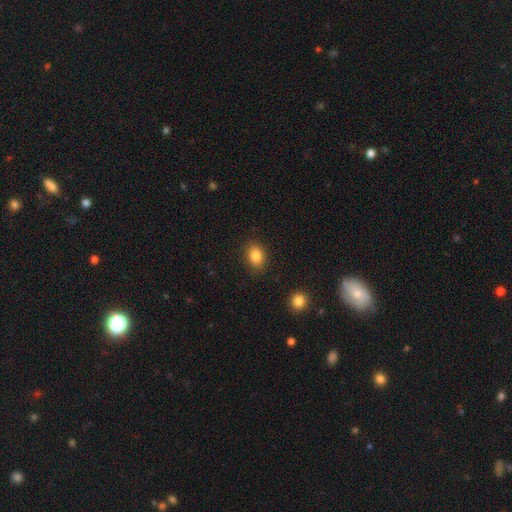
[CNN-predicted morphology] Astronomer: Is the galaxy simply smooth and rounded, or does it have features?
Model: smooth — 85%.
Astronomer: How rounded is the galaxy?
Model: in between — 62%.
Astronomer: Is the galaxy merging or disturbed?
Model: none — 87%.